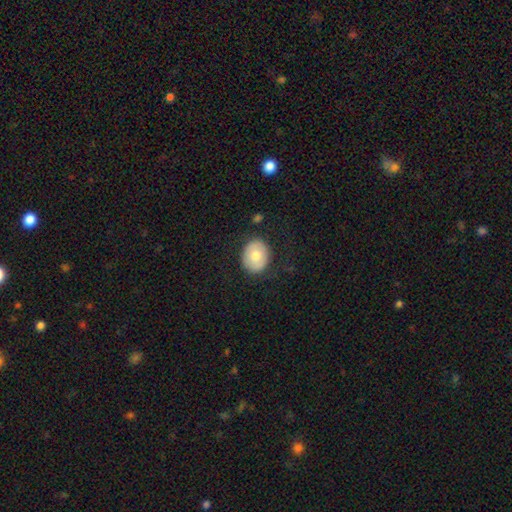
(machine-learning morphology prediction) A smooth galaxy with no disk features (72%) that is round (55%).

Vote fractions:
- Smooth or featured? smooth: 72% / featured or disk: 21% / star or artifact: 7%
- How rounded? round: 55% / in between: 44% / cigar-shaped: 1%
- Merging? none: 82% / minor disturbance: 12% / major disturbance: 4% / merger: 1%